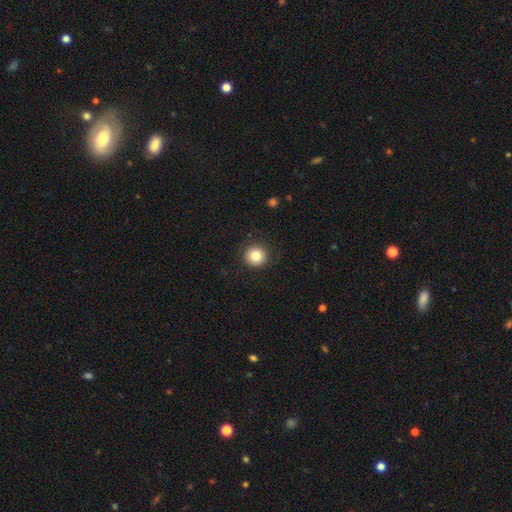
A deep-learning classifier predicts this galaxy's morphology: A smooth galaxy with no disk features (82%) that is round (95%). Merging: none (91%).